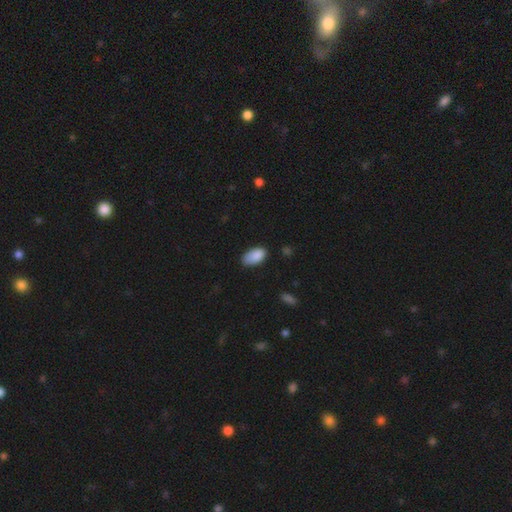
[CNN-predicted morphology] The model was most divided on "merging": none: 69%, minor disturbance: 25%, major disturbance: 4%, merger: 2%. More confident: how rounded — in between (95%); smooth or featured — smooth (87%).